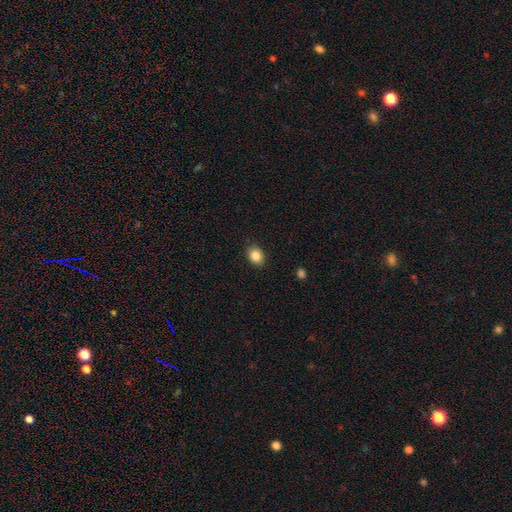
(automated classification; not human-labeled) This is clearly a smooth galaxy (85%). How rounded: possibly in between (55%). Merging: clearly none (88%).